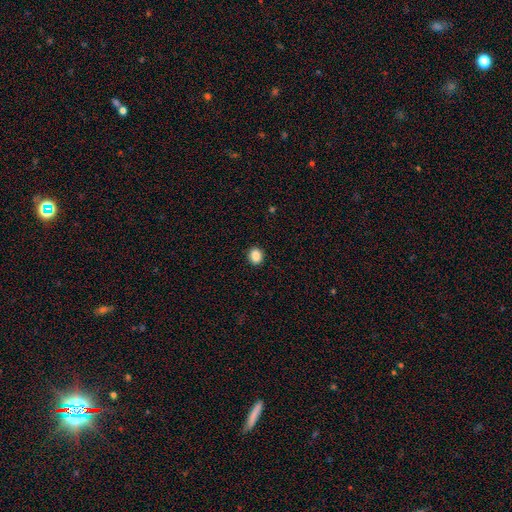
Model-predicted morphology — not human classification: type=smooth (88%); roundness=round (64%); merging=none (91%).